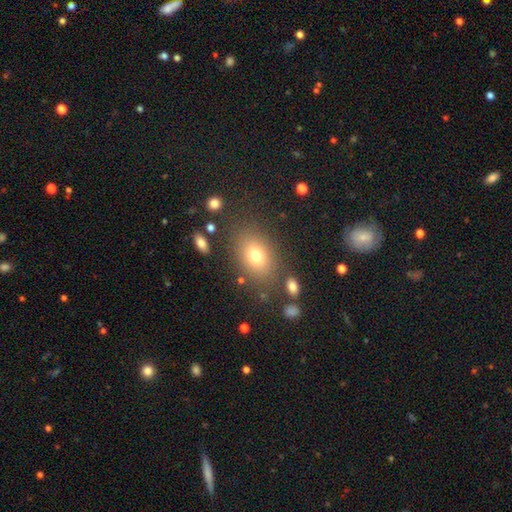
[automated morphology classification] The model was most divided on "how rounded": in between: 76%, round: 23%, cigar-shaped: 2%. More confident: merging — none (80%); smooth or featured — smooth (74%).